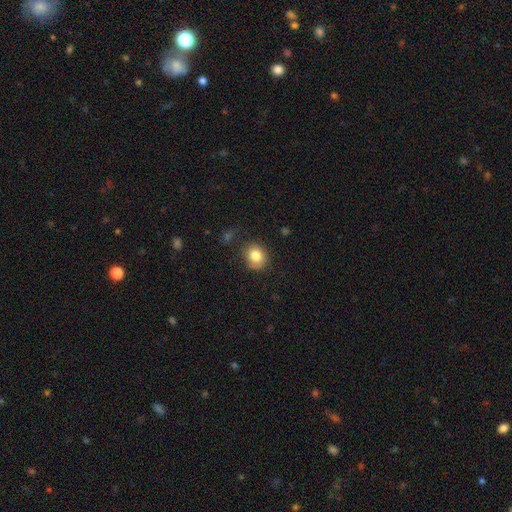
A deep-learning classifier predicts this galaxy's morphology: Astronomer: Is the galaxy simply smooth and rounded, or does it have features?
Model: smooth — 82%.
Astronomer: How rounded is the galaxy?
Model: round — 73%.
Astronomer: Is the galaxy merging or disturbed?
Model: none — 75%.